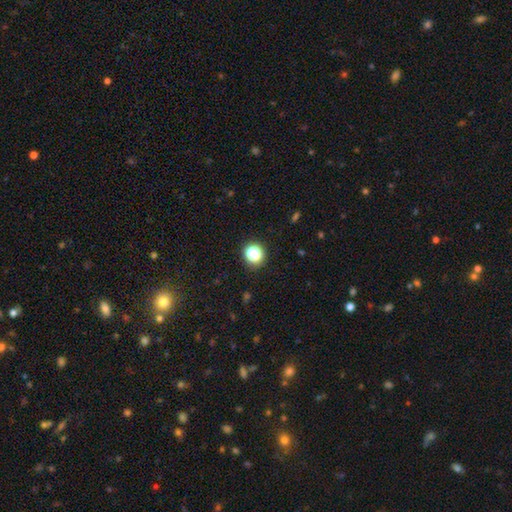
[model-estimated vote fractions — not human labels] This is likely a smooth galaxy (73%). How rounded: clearly round (86%). Merging: clearly none (83%).